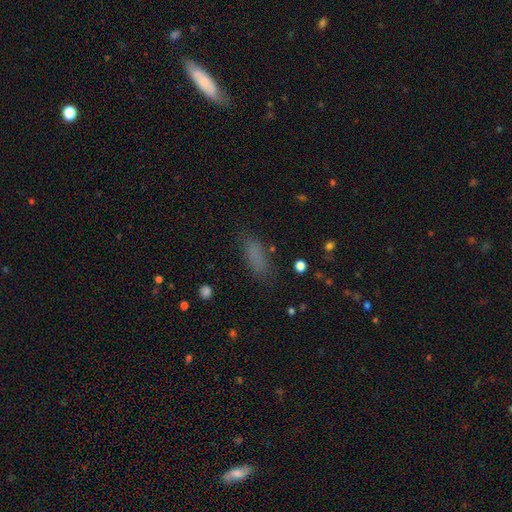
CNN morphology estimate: Smooth or featured? Predicted: smooth (p=0.79). How rounded? Predicted: in between (p=0.64). Merging? Predicted: none (p=0.76).